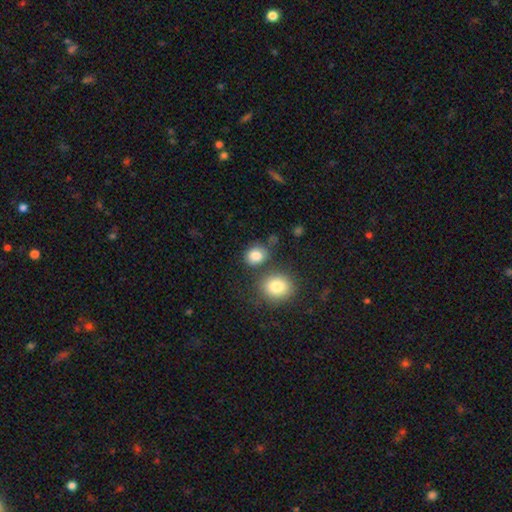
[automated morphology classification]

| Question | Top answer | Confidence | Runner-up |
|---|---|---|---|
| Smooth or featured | smooth | 84% | star or artifact (10%) |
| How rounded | round | 62% | in between (36%) |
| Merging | none | 69% | merger (15%) |